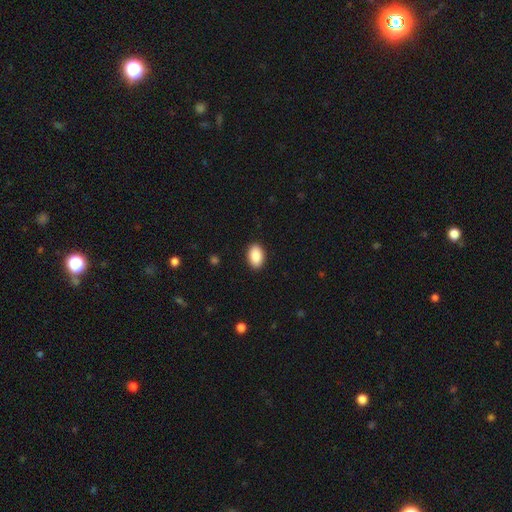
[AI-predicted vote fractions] Smooth or featured? Predicted: smooth (p=0.90). How rounded? Predicted: in between (p=0.92). Merging? Predicted: none (p=0.91).